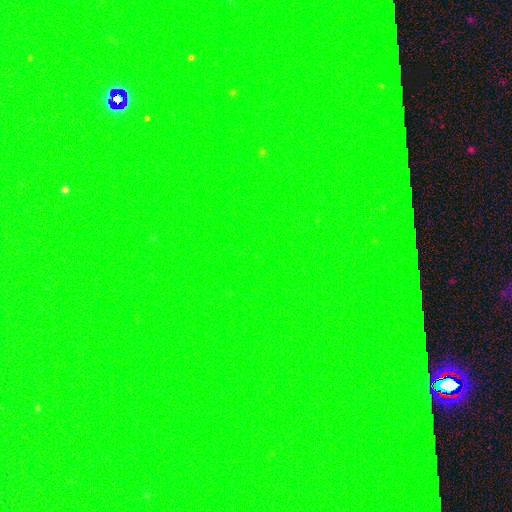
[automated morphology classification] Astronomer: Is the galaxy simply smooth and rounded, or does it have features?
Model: star or artifact — 82%.